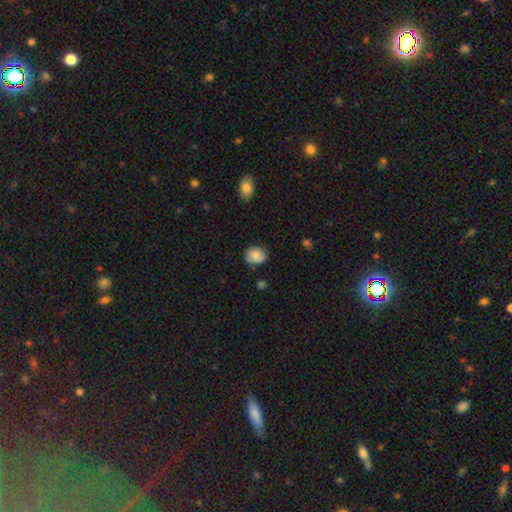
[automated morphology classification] smooth_or_featured: smooth (p=0.80) [alt: featured or disk p=0.12]
how_rounded: round (p=0.60) [alt: in between p=0.39]
merging: none (p=0.73) [alt: minor disturbance p=0.21]